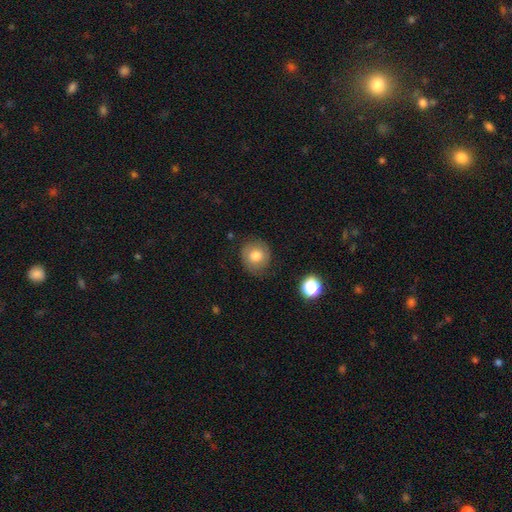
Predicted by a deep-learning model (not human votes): The model was most divided on "smooth or featured": smooth: 75%, featured or disk: 15%, star or artifact: 10%. More confident: how rounded — round (85%); merging — none (81%).